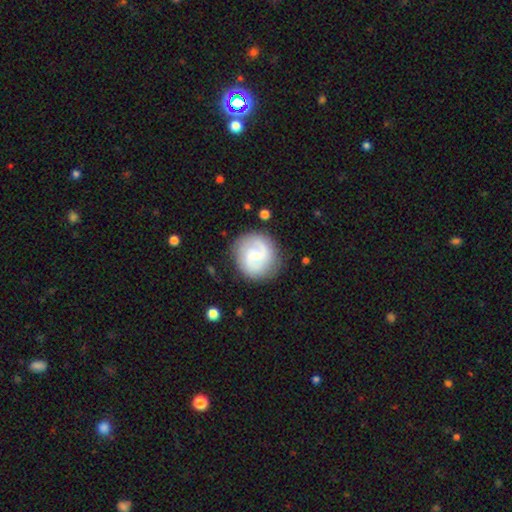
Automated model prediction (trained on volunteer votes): Smooth or featured? Predicted: featured or disk (p=0.74). Edge-on disk? Predicted: no (p=0.98). Bar? Predicted: weak (p=0.49). Spiral arms? Predicted: yes (p=0.94). Spiral winding? Predicted: medium (p=0.49). Spiral arm count? Predicted: 2 (p=0.87). Bulge size? Predicted: small (p=0.67). Merging? Predicted: none (p=0.82).